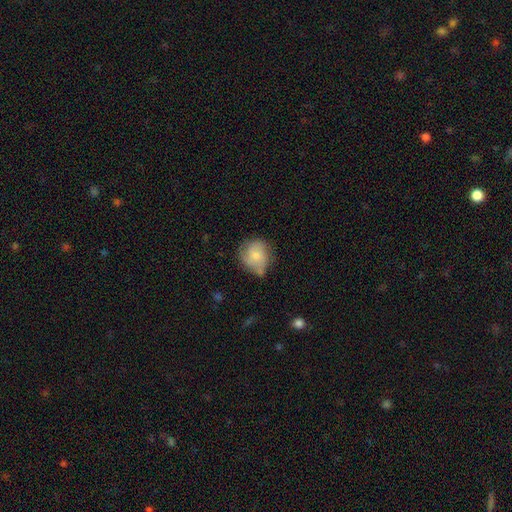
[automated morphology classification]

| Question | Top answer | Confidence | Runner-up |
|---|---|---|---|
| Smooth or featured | smooth | 55% | featured or disk (37%) |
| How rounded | round | 74% | in between (25%) |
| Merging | none | 51% | minor disturbance (33%) |